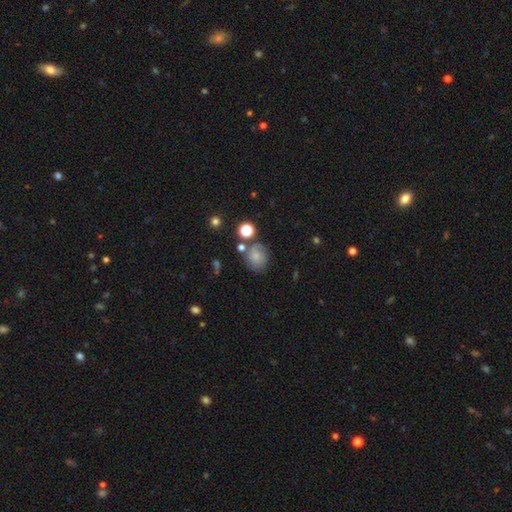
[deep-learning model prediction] Overall: smooth (68%). How rounded: round (71%). Merging: none (62%).